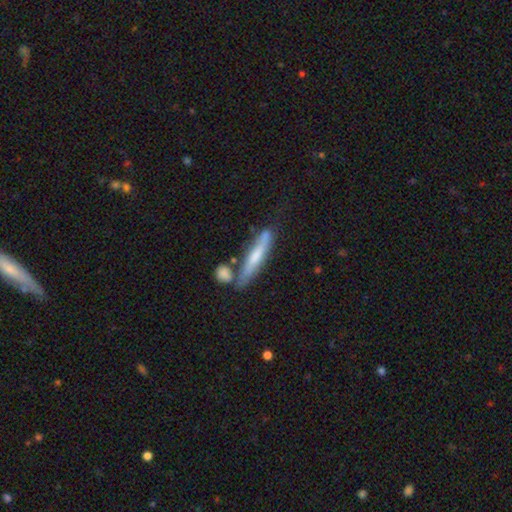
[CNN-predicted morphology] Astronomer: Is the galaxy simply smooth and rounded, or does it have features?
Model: smooth — 48% (runner-up: featured or disk, 46%).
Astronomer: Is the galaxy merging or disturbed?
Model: none — 62%.